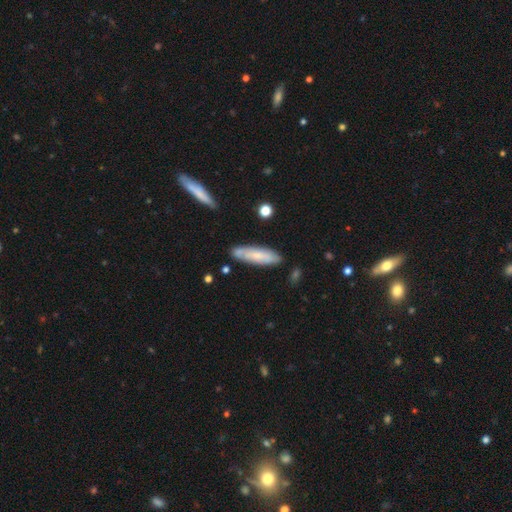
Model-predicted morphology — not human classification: Overall: smooth (61%; featured or disk 32%). How rounded: cigar-shaped (62%; in between 36%). Merging: none (75%).